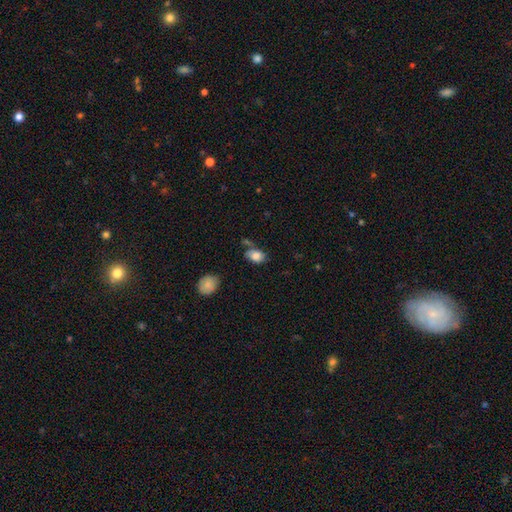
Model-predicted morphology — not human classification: smooth-or-featured: smooth: 80% | featured or disk: 12% | star or artifact: 8%
  how-rounded: in between: 83% | round: 16% | cigar-shaped: 2%
  merging: none: 55% | minor disturbance: 26% | merger: 11% | major disturbance: 8%